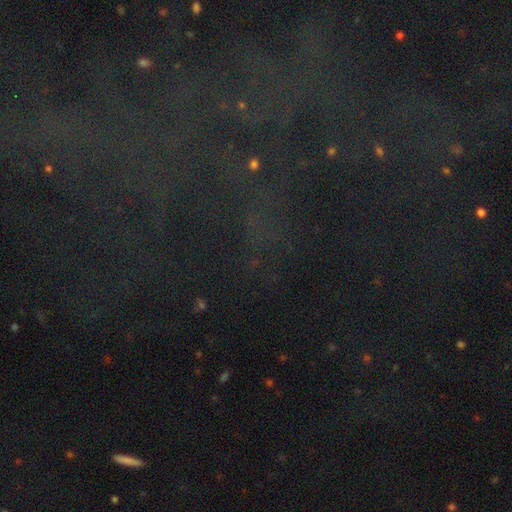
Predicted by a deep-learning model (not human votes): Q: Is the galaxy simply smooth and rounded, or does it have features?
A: star or artifact — 78%.